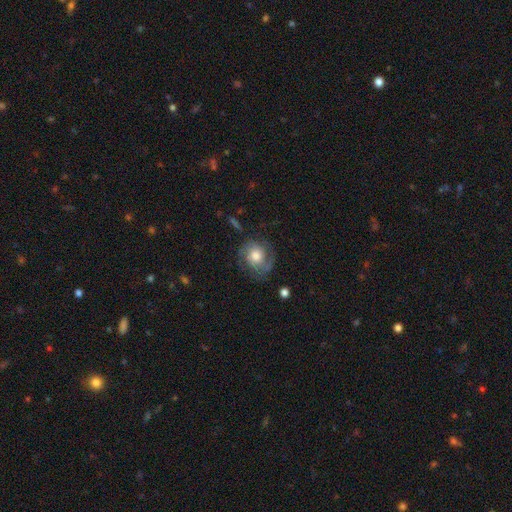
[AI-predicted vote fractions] Smooth or featured?
  - featured or disk: 55% *
  - smooth: 38%
  - star or artifact: 8%
Edge-on disk?
  - no: 97% *
  - yes: 3%
Bar?
  - no: 78% *
  - weak: 19%
  - strong: 3%
Spiral arms?
  - yes: 84% *
  - no: 16%
Bulge size?
  - moderate: 46% *
  - large: 40%
  - small: 7%
  - dominant: 4%
  - none: 2%
Merging?
  - none: 66% *
  - minor disturbance: 20%
  - major disturbance: 12%
  - merger: 2%